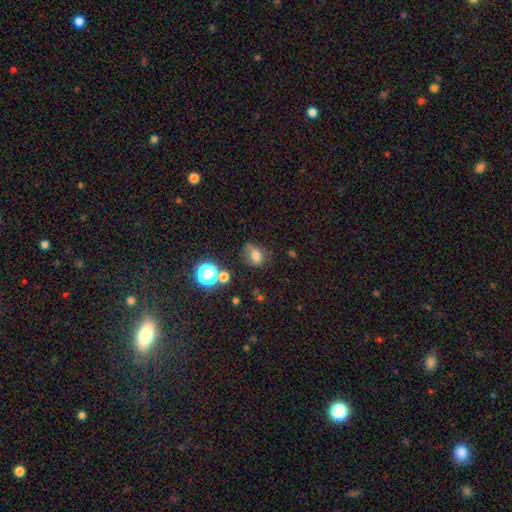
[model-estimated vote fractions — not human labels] smooth-or-featured: smooth: 70% | star or artifact: 17% | featured or disk: 13%
  how-rounded: in between: 58% | round: 41% | cigar-shaped: 2%
  merging: none: 54% | minor disturbance: 27% | major disturbance: 12% | merger: 7%